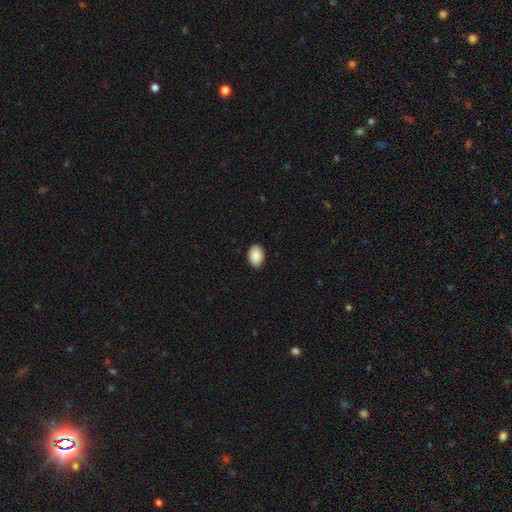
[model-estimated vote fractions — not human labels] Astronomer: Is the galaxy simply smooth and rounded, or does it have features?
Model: smooth — 90%.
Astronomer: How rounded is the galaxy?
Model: in between — 85%.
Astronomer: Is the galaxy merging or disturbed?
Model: none — 88%.